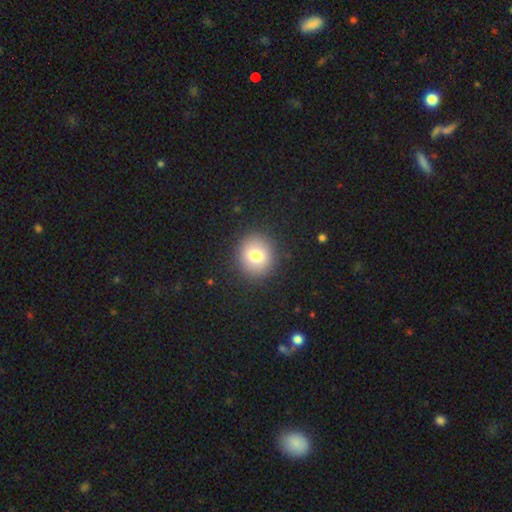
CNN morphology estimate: smooth-or-featured: smooth: 77% | featured or disk: 12% | star or artifact: 12%
  how-rounded: round: 85% | in between: 14% | cigar-shaped: 1%
  merging: none: 90% | minor disturbance: 6% | major disturbance: 3% | merger: 1%